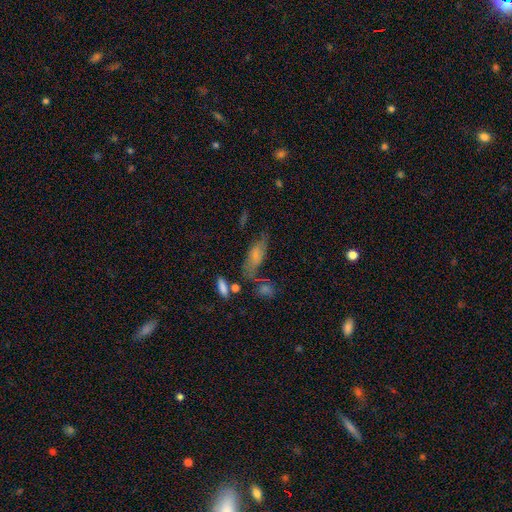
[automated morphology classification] This appears to be a smooth galaxy with no disk features (65%) that is in between round and cigar-shaped (67%). Merging: none (52%).